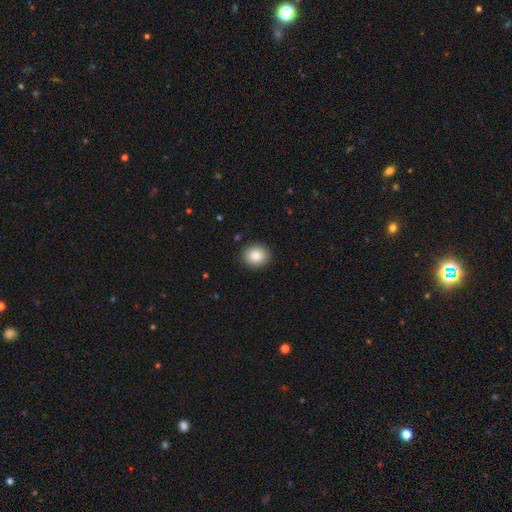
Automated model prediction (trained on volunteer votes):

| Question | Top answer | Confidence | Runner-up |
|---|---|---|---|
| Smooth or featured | smooth | 87% | star or artifact (8%) |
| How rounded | round | 71% | in between (28%) |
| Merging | none | 90% | minor disturbance (7%) |